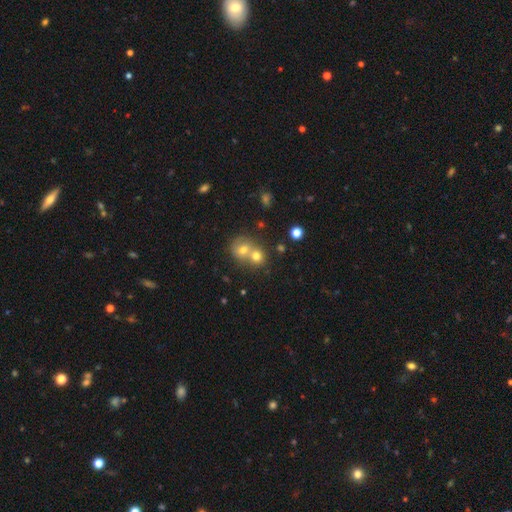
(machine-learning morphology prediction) This is possibly a smooth galaxy (59%). How rounded: likely round (78%). Merging: possibly merger (56%).